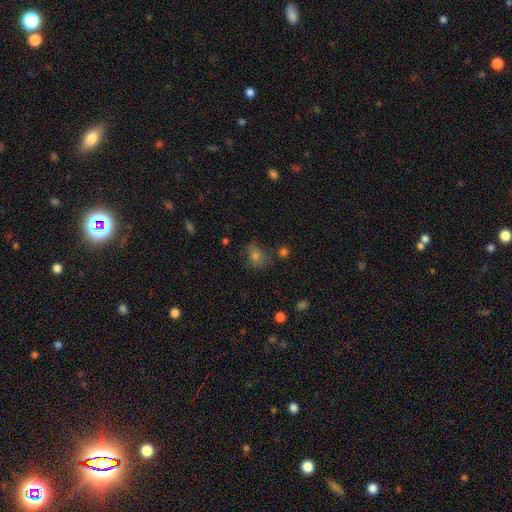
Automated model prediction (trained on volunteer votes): Smooth or featured?
  - smooth: 64% *
  - star or artifact: 22%
  - featured or disk: 14%
How rounded?
  - round: 50% *
  - in between: 48%
  - cigar-shaped: 2%
Merging?
  - none: 65% *
  - minor disturbance: 21%
  - major disturbance: 8%
  - merger: 5%